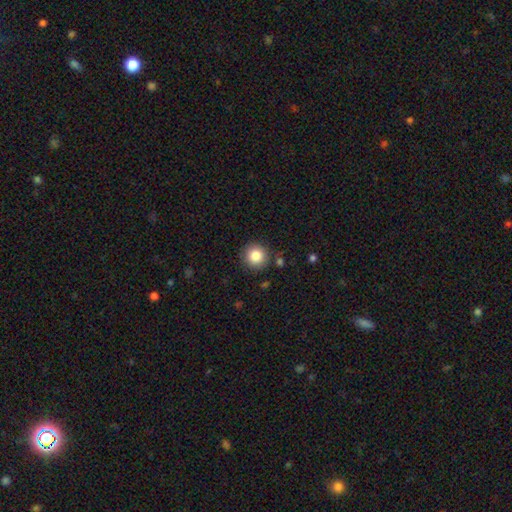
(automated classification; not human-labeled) The model was most divided on "smooth or featured": smooth: 84%, star or artifact: 10%, featured or disk: 6%. More confident: how rounded — round (94%); merging — none (88%).